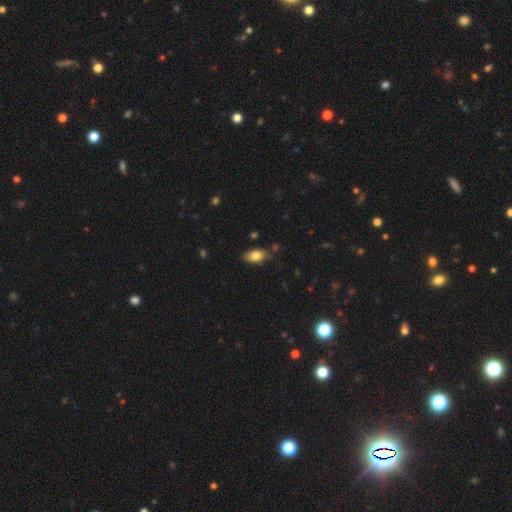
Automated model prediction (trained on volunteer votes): Smooth or featured? smooth (82%)
How rounded? in between (91%)
Merging? none (78%)